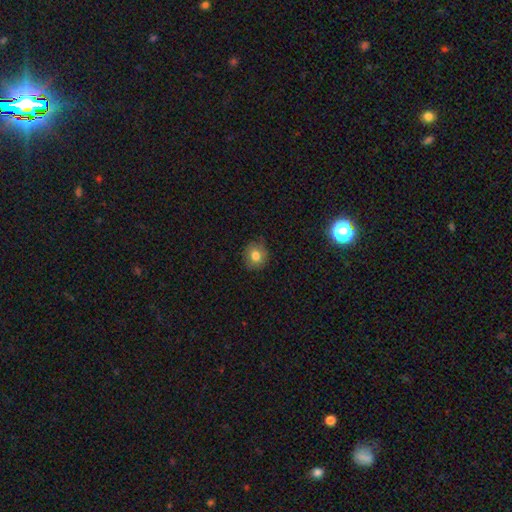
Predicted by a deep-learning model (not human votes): smooth-or-featured: smooth: 78% | featured or disk: 11% | star or artifact: 11%
  how-rounded: round: 79% | in between: 20% | cigar-shaped: 1%
  merging: none: 81% | minor disturbance: 15% | major disturbance: 3% | merger: 1%